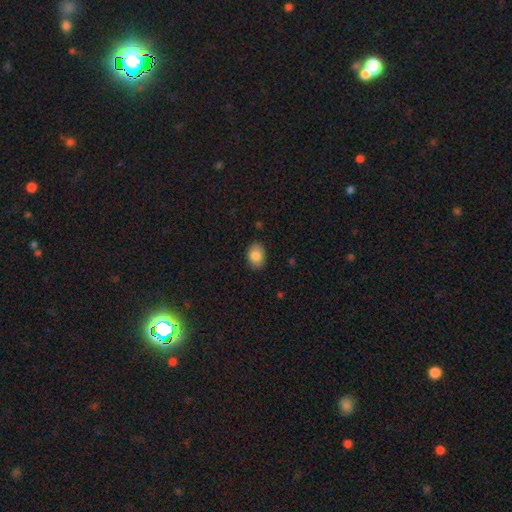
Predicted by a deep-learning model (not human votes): smooth 84%, featured or disk 8%, star or artifact 8%. Down the decision tree: how rounded — in between (73%); merging — none (87%).